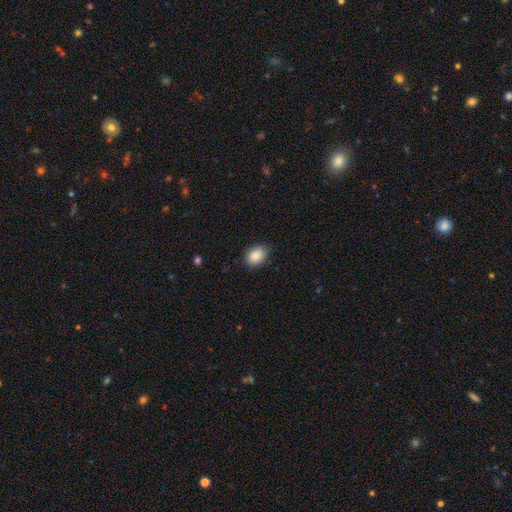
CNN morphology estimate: Q: Smooth or featured?
A: smooth (88%); runner-up: star or artifact (8%)
Q: How rounded?
A: in between (69%); runner-up: round (30%)
Q: Merging?
A: none (83%); runner-up: minor disturbance (14%)